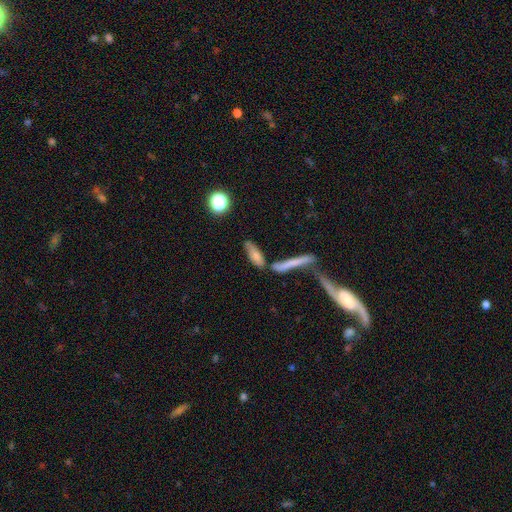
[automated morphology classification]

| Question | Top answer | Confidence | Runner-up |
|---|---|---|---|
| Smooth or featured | smooth | 69% | featured or disk (22%) |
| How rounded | cigar-shaped | 52% | in between (44%) |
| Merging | none | 52% | merger (24%) |